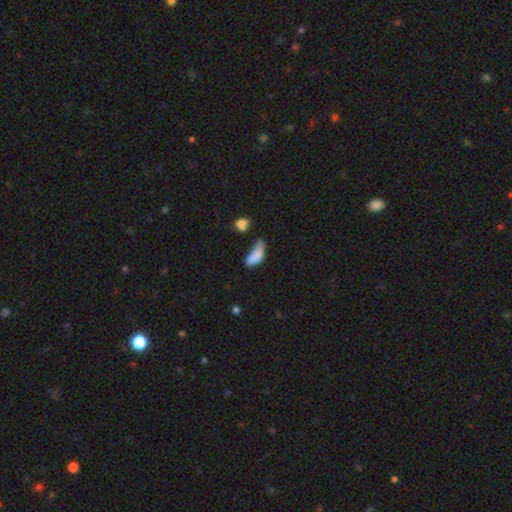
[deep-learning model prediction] This is likely a smooth galaxy (77%). How rounded: clearly in between (85%). Merging: marginally minor disturbance (32%).